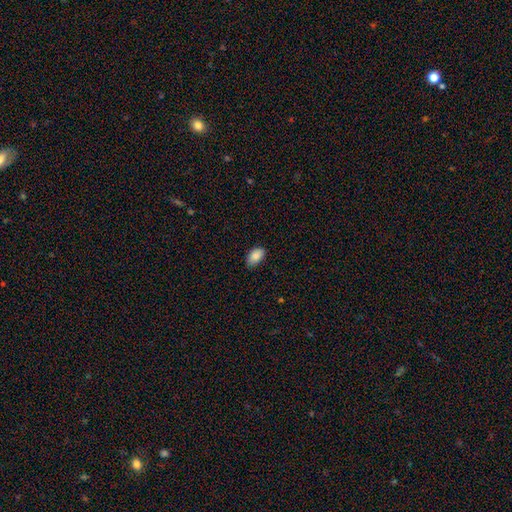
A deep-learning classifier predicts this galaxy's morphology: smooth 88%, star or artifact 7%, featured or disk 5%. Down the decision tree: how rounded — in between (93%); merging — none (79%).